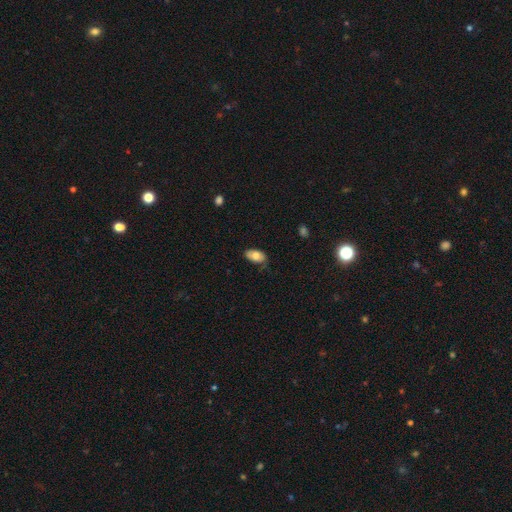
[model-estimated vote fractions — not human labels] The model was most divided on "merging": none: 68%, minor disturbance: 25%, major disturbance: 6%, merger: 1%. More confident: how rounded — in between (93%); smooth or featured — smooth (73%).